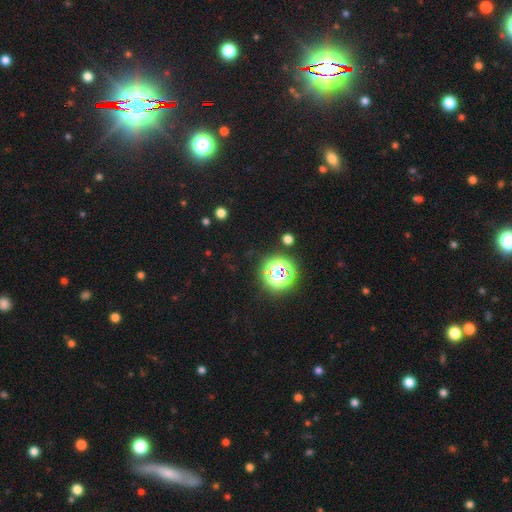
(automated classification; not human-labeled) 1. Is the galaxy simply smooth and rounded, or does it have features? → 80% star or artifact, 13% smooth, 7% featured or disk.